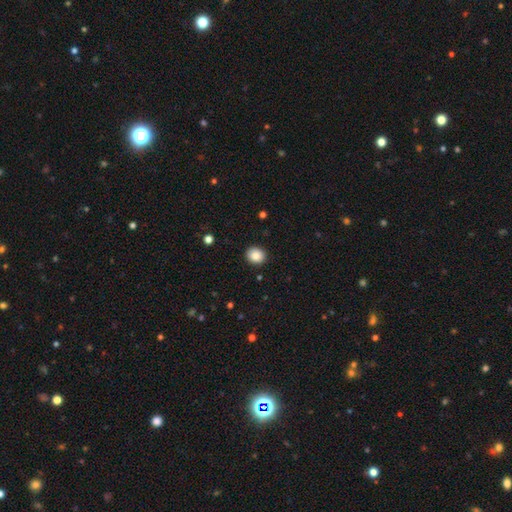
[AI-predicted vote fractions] A smooth galaxy with no disk features (87%) that is round (74%).

Vote fractions:
- Smooth or featured? smooth: 87% / star or artifact: 9% / featured or disk: 4%
- How rounded? round: 74% / in between: 25% / cigar-shaped: 1%
- Merging? none: 91% / minor disturbance: 6% / major disturbance: 2% / merger: 1%